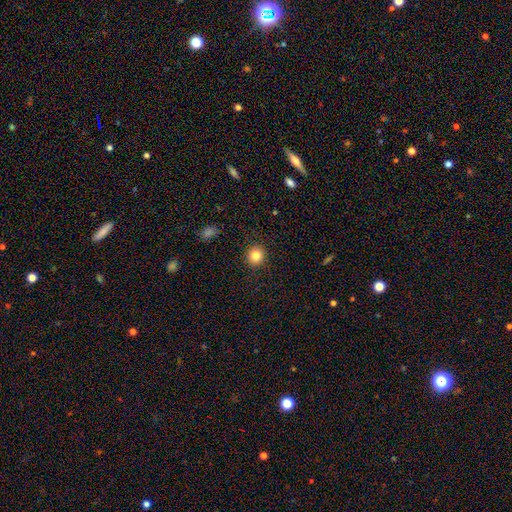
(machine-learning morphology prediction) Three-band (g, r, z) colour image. It shows a smooth galaxy with no disk features (83%) that is round (89%). Merging: none (91%).